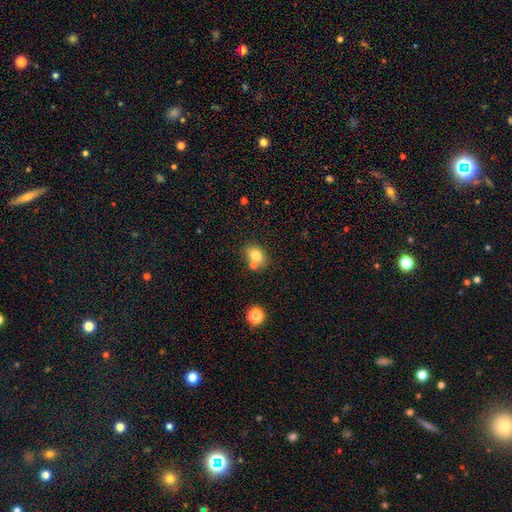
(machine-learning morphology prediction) This is likely a smooth galaxy (78%). How rounded: likely in between (61%). Merging: likely none (61%).